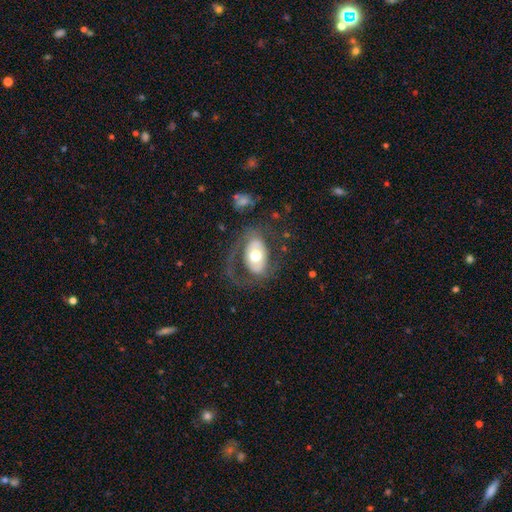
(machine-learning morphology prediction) smooth_or_featured: featured or disk (p=0.59) [alt: smooth p=0.35]
disk_edge_on: no (p=0.93) [alt: yes p=0.07]
bar: no (p=0.64) [alt: weak p=0.23]
has_spiral_arms: yes (p=0.55) [alt: no p=0.45]
bulge_size: moderate (p=0.65) [alt: large p=0.24]
merging: none (p=0.53) [alt: major disturbance p=0.27]